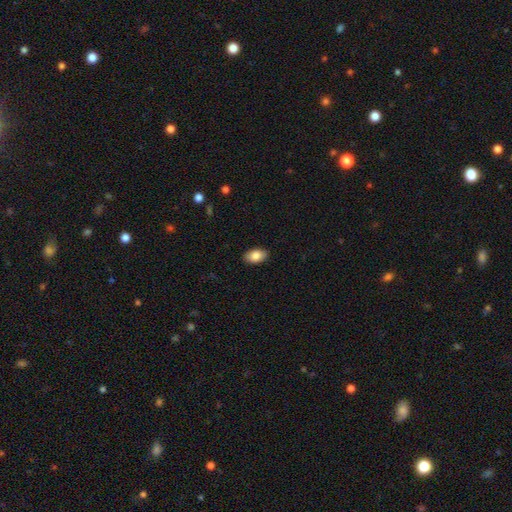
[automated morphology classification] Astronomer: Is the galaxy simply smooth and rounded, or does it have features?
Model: smooth — 85%.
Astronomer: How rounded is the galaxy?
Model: in between — 93%.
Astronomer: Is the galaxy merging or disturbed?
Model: none — 89%.